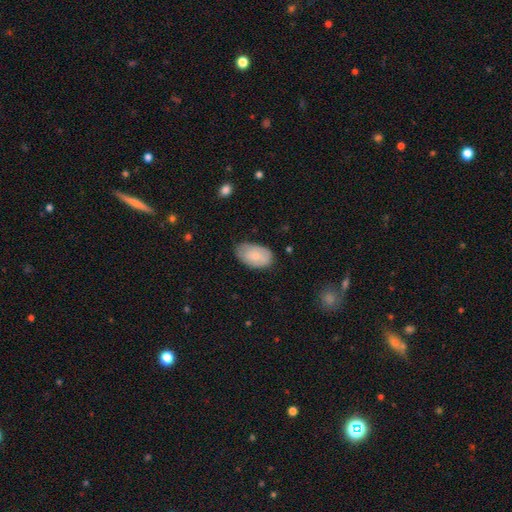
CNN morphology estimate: Q: Smooth or featured?
A: smooth (78%); runner-up: featured or disk (16%)
Q: How rounded?
A: in between (93%); runner-up: round (5%)
Q: Merging?
A: none (73%); runner-up: minor disturbance (22%)